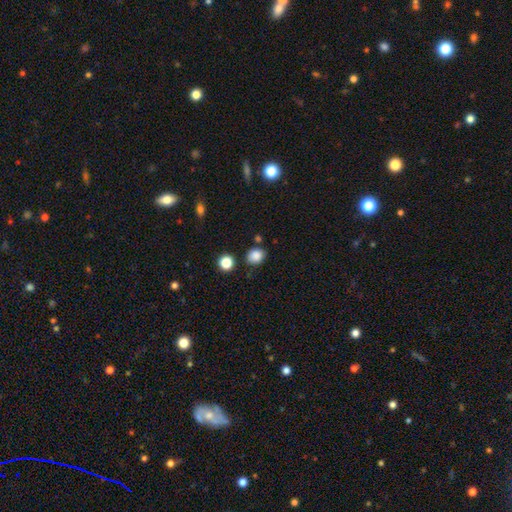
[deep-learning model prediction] Morphology: type=smooth (85%); roundness=round (68%); merging=none (76%).